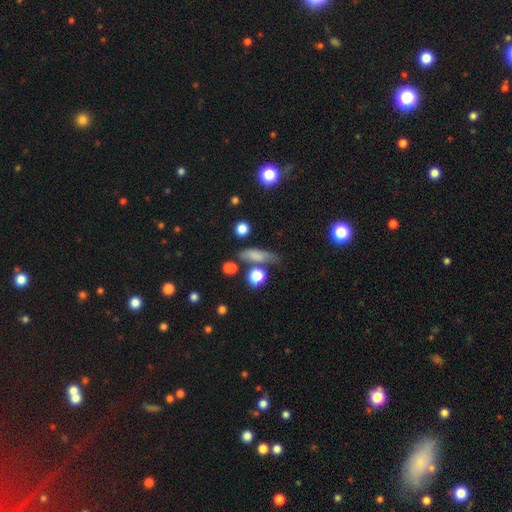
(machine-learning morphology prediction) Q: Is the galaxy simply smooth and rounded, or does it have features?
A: smooth — 73%.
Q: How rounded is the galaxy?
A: cigar-shaped — 46%.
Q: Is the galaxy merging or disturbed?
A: none — 60%.